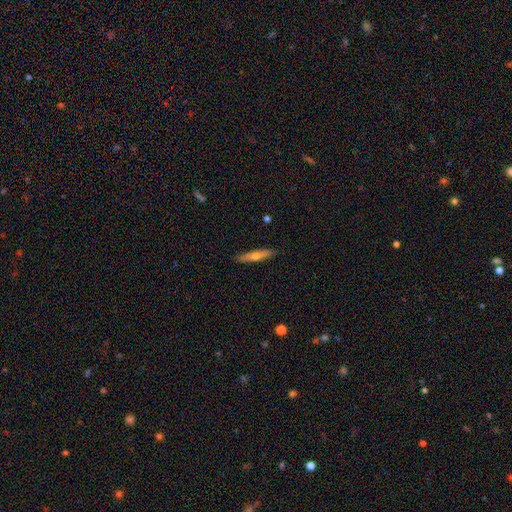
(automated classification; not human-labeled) Morphology: type=smooth (48%); merging=none (89%).